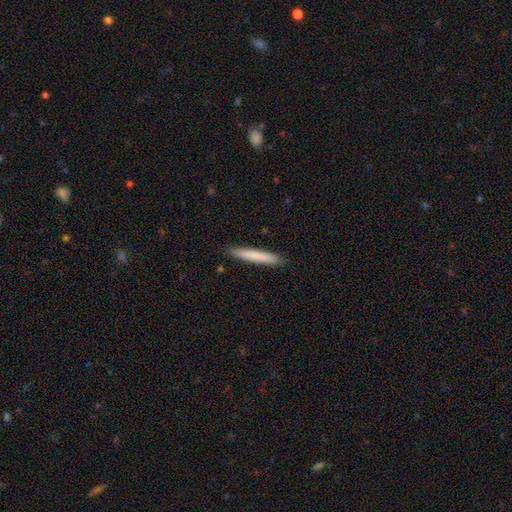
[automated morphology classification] A smooth galaxy with no disk features (78%) that is cigar-shaped (95%). Merging: none (91%).